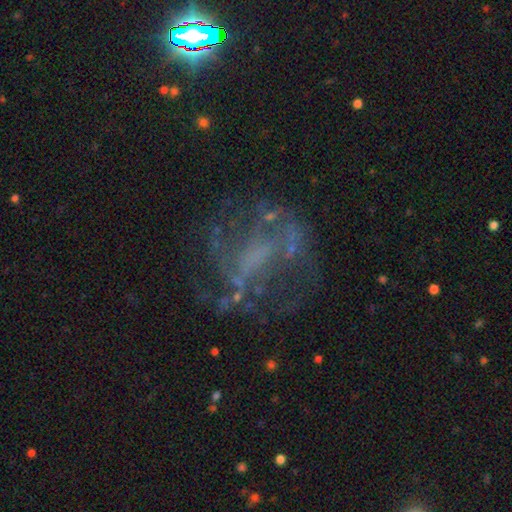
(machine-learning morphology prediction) A featured or disk galaxy (66%) with no bar (46%), spiral arms (57%) and no central bulge (61%).

Vote fractions:
- Smooth or featured? featured or disk: 66% / star or artifact: 22% / smooth: 13%
- Edge-on disk? no: 96% / yes: 4%
- Bar? no: 46% / weak: 33% / strong: 22%
- Spiral arms? yes: 57% / no: 43%
- Bulge size? none: 61% / small: 19% / moderate: 15% / large: 4% / dominant: 1%
- Merging? none: 56% / major disturbance: 25% / minor disturbance: 16% / merger: 3%